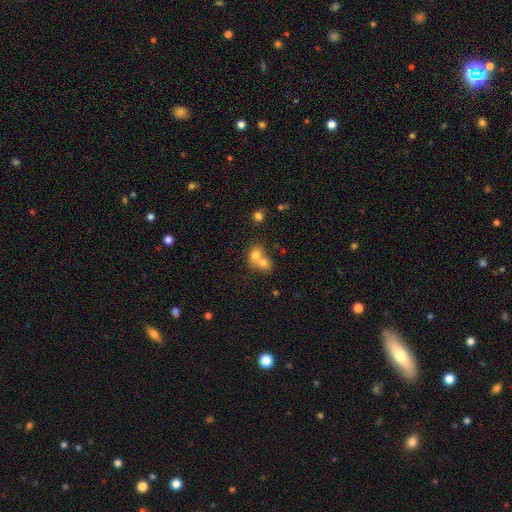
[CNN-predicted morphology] type=smooth (73%); roundness=round (56%); merging=merger (70%).